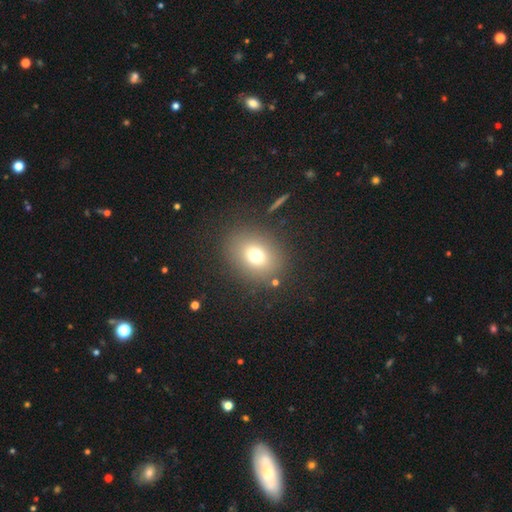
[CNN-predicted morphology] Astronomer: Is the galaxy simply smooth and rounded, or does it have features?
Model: smooth — 71%.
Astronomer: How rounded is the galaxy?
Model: round — 55% (runner-up: in between, 44%).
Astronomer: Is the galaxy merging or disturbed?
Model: none — 84%.